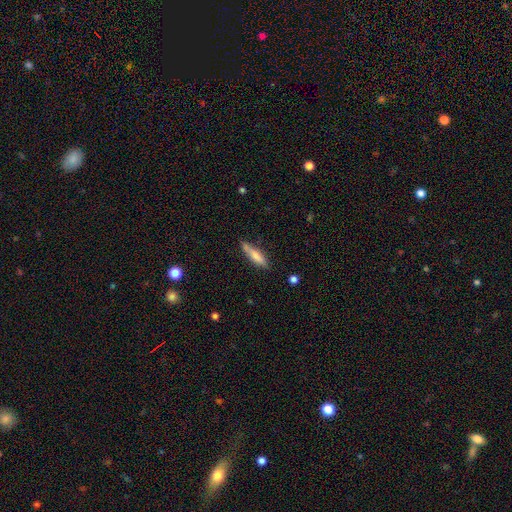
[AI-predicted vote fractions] Smooth or featured: smooth — 71% (featured or disk — 22%)
How rounded: cigar-shaped — 74% (in between — 24%)
Merging: none — 69% (minor disturbance — 22%)